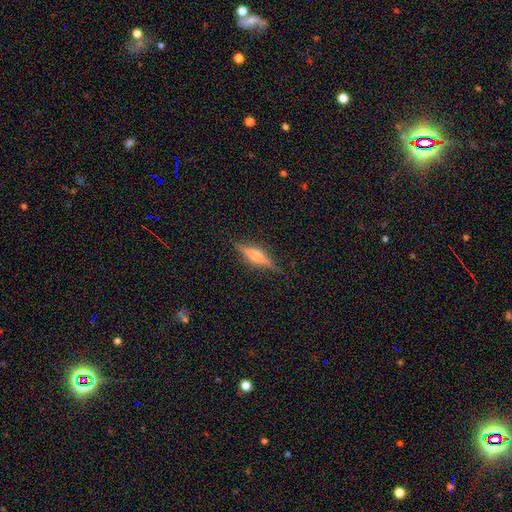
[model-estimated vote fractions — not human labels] The model was most divided on "smooth or featured": featured or disk: 71%, smooth: 21%, star or artifact: 7%. More confident: edge-on disk — yes (96%); edge-on bulge — rounded (91%); merging — none (87%).